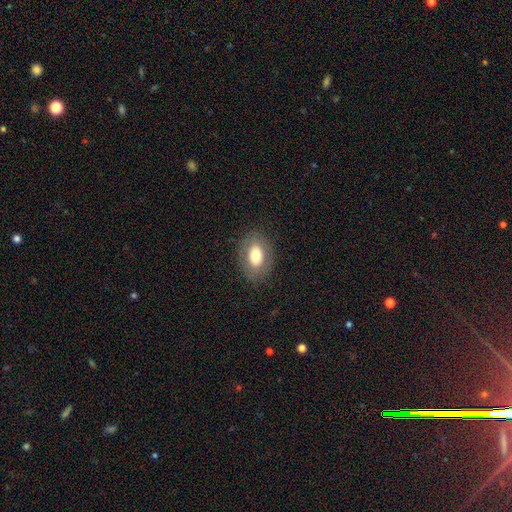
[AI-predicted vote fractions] Smooth or featured? Predicted: smooth (p=0.70). How rounded? Predicted: in between (p=0.83). Merging? Predicted: none (p=0.84).